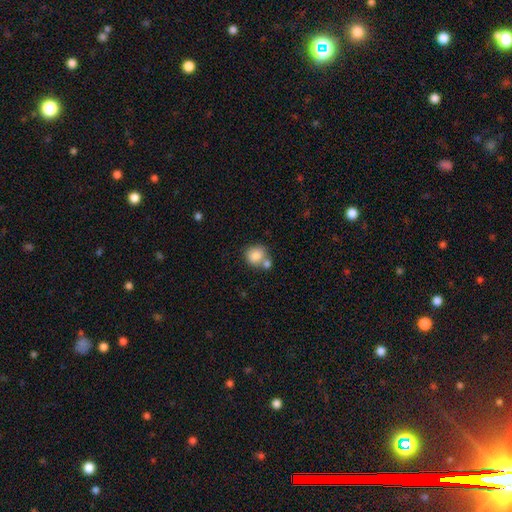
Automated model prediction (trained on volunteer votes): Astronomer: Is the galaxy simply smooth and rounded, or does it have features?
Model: smooth — 84%.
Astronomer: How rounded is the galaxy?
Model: round — 82%.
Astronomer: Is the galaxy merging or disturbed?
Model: none — 52% (runner-up: merger, 32%).